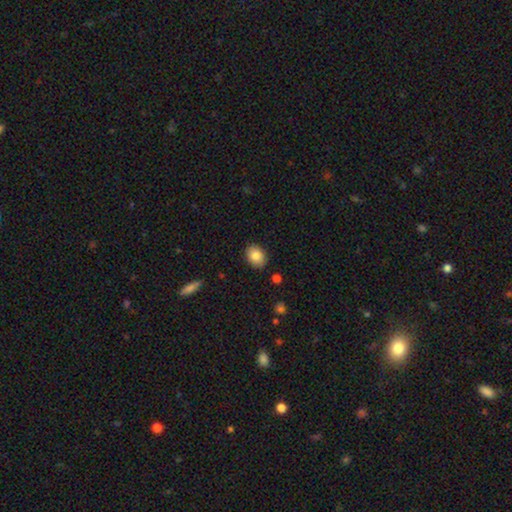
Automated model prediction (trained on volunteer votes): Q: Smooth or featured?
A: smooth (84%); runner-up: star or artifact (8%)
Q: How rounded?
A: in between (68%); runner-up: round (31%)
Q: Merging?
A: none (88%); runner-up: minor disturbance (9%)